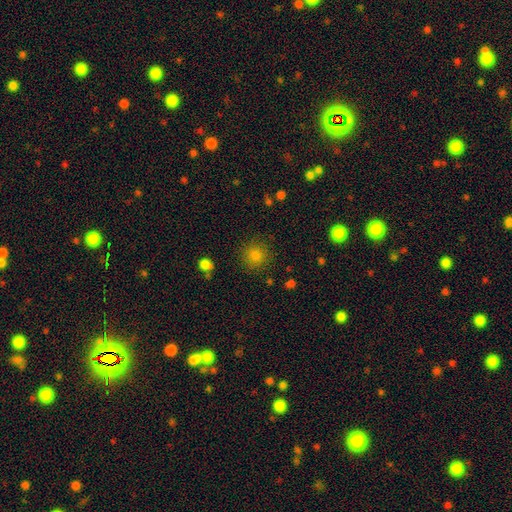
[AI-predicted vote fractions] smooth_or_featured: smooth (p=0.82) [alt: star or artifact p=0.14]
how_rounded: round (p=0.92) [alt: in between p=0.07]
merging: none (p=0.87) [alt: minor disturbance p=0.08]